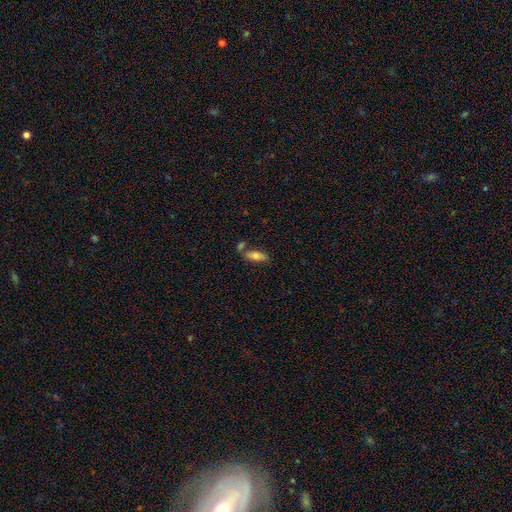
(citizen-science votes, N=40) Morphology: type=smooth (68%); roundness=in between (59%); merging=none (68%).